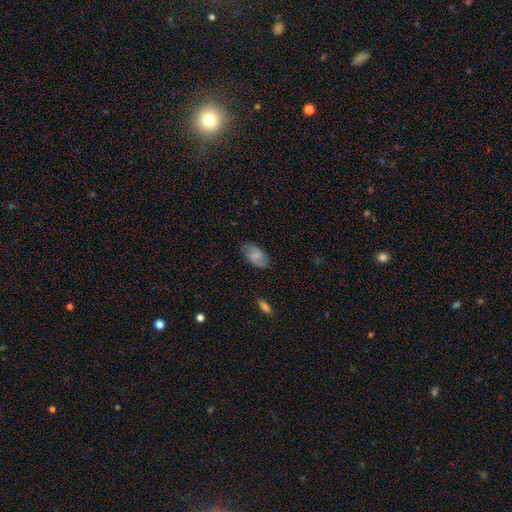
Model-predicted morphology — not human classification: A smooth galaxy with no disk features (63%) that is in between round and cigar-shaped (93%).

Vote fractions:
- Smooth or featured? smooth: 63% / featured or disk: 30% / star or artifact: 7%
- How rounded? in between: 93% / round: 5% / cigar-shaped: 2%
- Merging? none: 77% / minor disturbance: 18% / major disturbance: 4% / merger: 1%